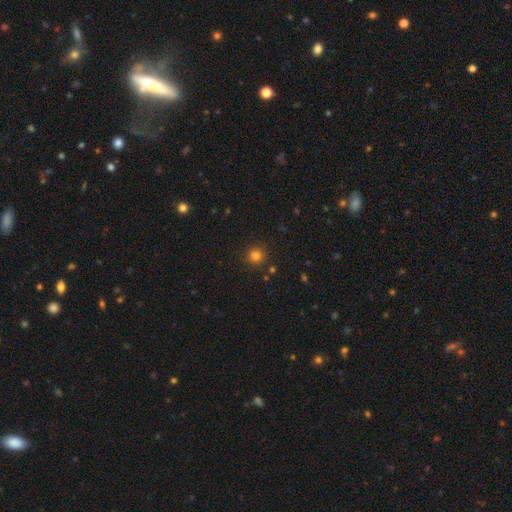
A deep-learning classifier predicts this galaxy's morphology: This is clearly a smooth galaxy (80%). How rounded: clearly round (92%). Merging: clearly none (87%).